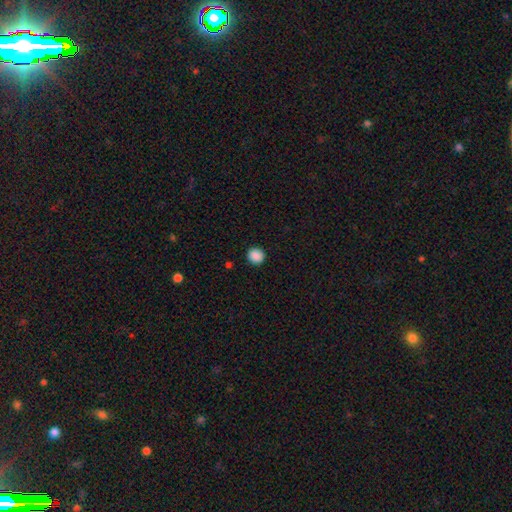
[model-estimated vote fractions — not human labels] smooth-or-featured: smooth: 89% | star or artifact: 9% | featured or disk: 2%
  how-rounded: round: 89% | in between: 10% | cigar-shaped: 1%
  merging: none: 92% | minor disturbance: 5% | major disturbance: 2% | merger: 1%